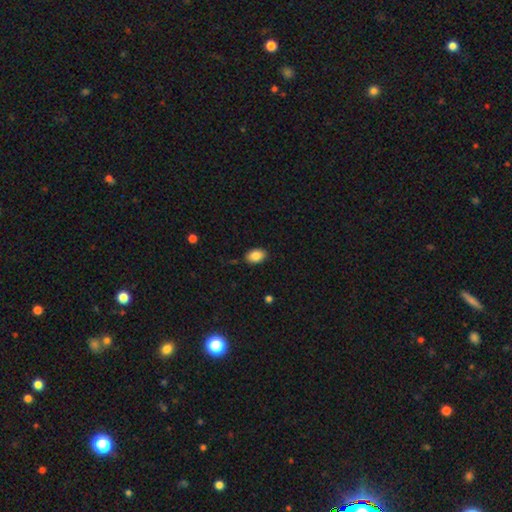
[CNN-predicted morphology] smooth 86%, star or artifact 8%, featured or disk 6%. Down the decision tree: how rounded — in between (84%); merging — none (86%).